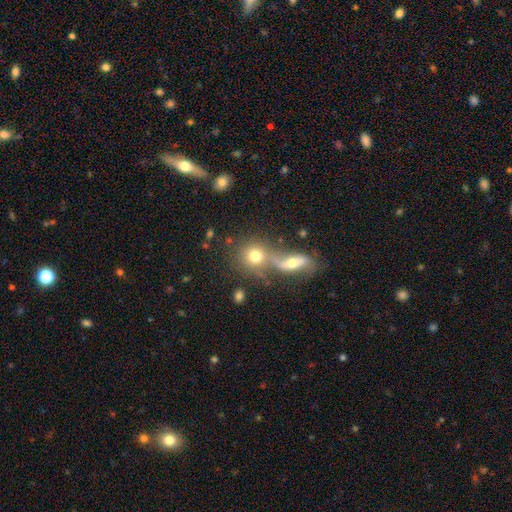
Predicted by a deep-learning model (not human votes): smooth_or_featured: smooth (p=0.72) [alt: featured or disk p=0.17]
how_rounded: round (p=0.79) [alt: in between p=0.19]
merging: merger (p=0.51) [alt: none p=0.35]